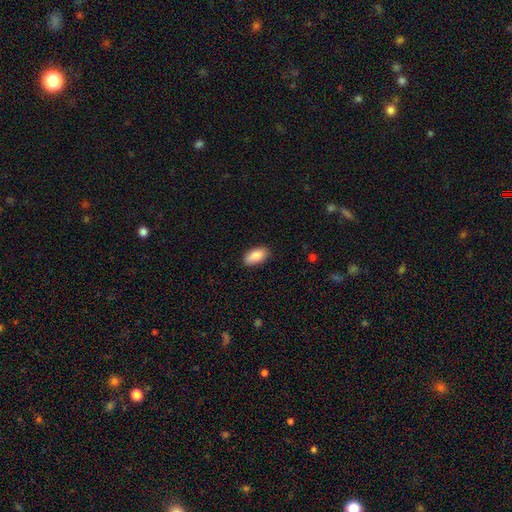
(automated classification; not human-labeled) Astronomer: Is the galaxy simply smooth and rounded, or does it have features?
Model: smooth — 86%.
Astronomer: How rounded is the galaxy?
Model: in between — 93%.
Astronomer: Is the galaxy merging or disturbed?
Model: none — 88%.